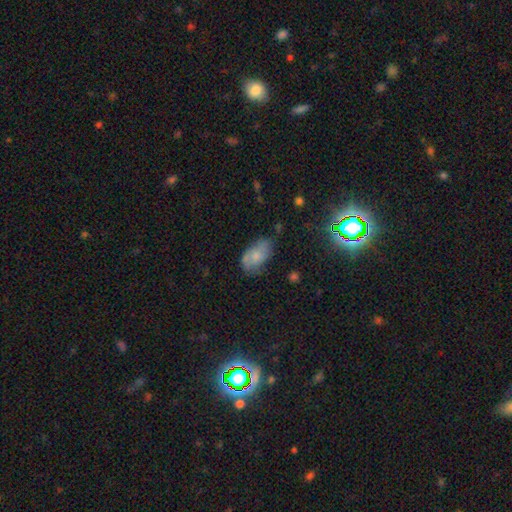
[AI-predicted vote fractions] This appears to be a smooth galaxy with no disk features (63%) that is in between round and cigar-shaped (92%). Merging: none (57%).